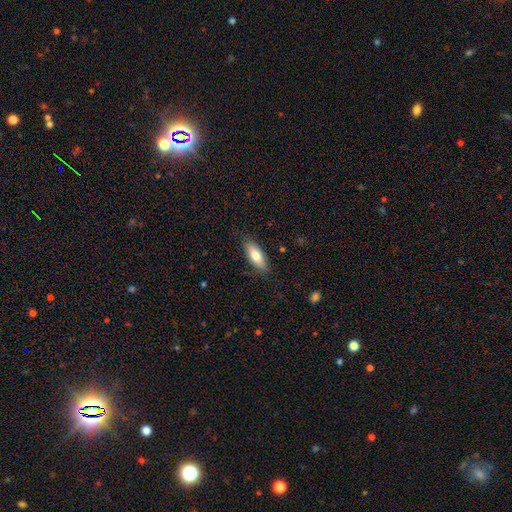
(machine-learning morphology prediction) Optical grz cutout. It shows a smooth galaxy with no disk features (76%) that is in between round and cigar-shaped (73%). Merging: none (85%).